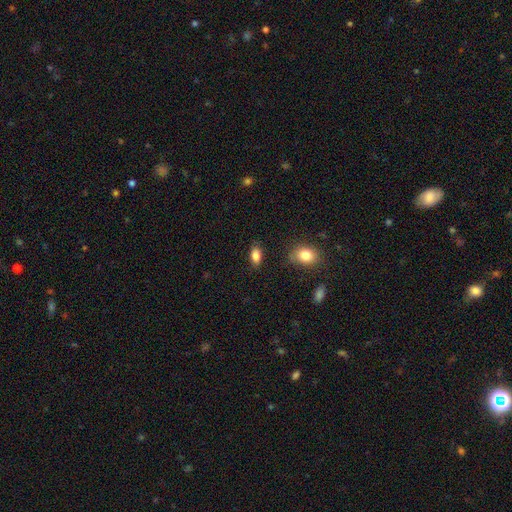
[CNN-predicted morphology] Smooth or featured? Predicted: smooth (p=0.85). How rounded? Predicted: in between (p=0.89). Merging? Predicted: none (p=0.83).